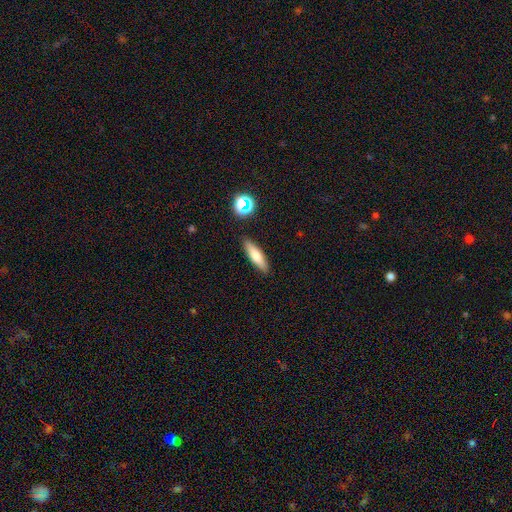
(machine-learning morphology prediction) A smooth galaxy with no disk features (70%) that is cigar-shaped (65%).

Vote fractions:
- Smooth or featured? smooth: 70% / featured or disk: 21% / star or artifact: 8%
- How rounded? cigar-shaped: 65% / in between: 33% / round: 2%
- Merging? none: 86% / minor disturbance: 9% / merger: 3% / major disturbance: 2%